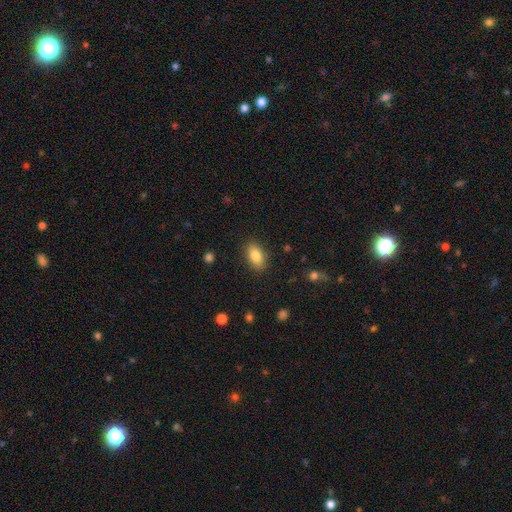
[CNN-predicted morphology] smooth_or_featured: smooth (p=0.83) [alt: featured or disk p=0.10]
how_rounded: in between (p=0.89) [alt: round p=0.07]
merging: none (p=0.87) [alt: minor disturbance p=0.10]